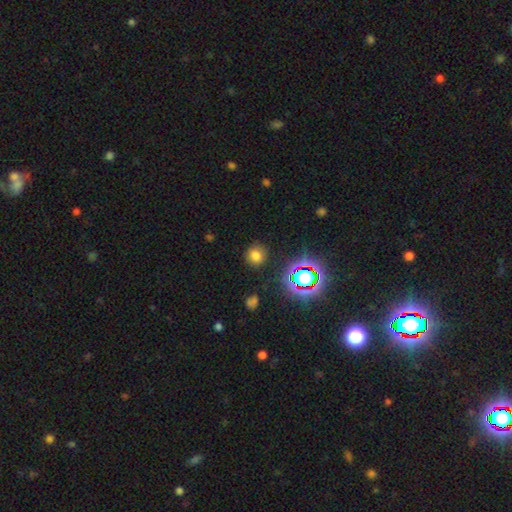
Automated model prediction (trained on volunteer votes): smooth_or_featured: smooth (p=0.72) [alt: star or artifact p=0.22]
how_rounded: round (p=0.85) [alt: in between p=0.14]
merging: none (p=0.85) [alt: minor disturbance p=0.09]